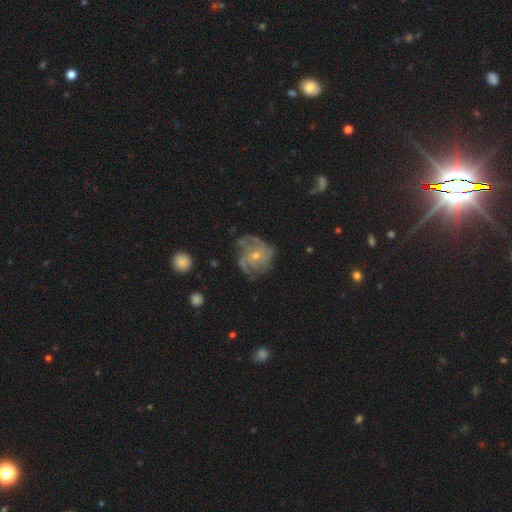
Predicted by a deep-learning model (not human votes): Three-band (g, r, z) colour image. It shows a featured or disk galaxy (81%) with no bar (73%), 3 (35%) tight (46%) spiral arms (94%) and a small central bulge (64%). Merging: none (64%).